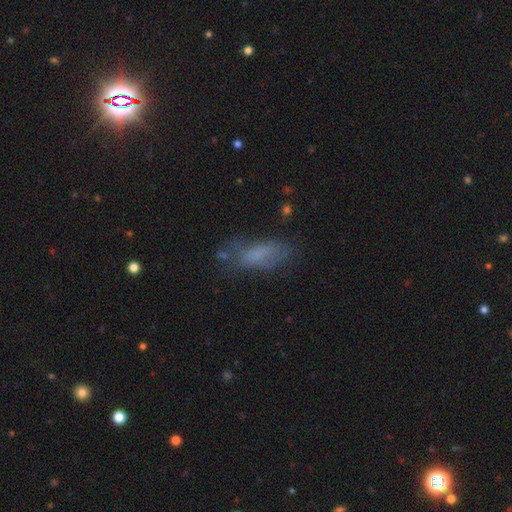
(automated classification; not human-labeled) Morphology: type=smooth (64%); roundness=in between (65%); merging=none (57%).